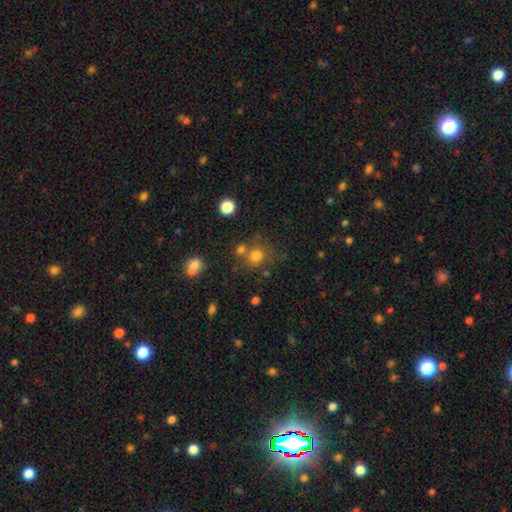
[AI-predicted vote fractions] Smooth or featured? smooth (76%)
How rounded? round (87%)
Merging? none (62%)